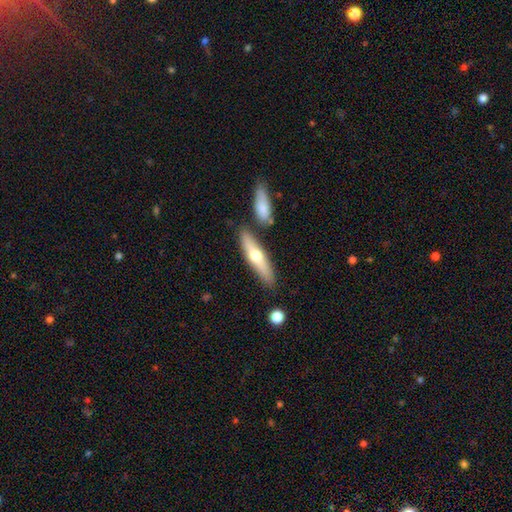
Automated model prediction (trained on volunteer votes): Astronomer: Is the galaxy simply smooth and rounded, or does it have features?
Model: smooth — 53% (runner-up: featured or disk, 42%).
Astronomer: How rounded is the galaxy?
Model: cigar-shaped — 75%.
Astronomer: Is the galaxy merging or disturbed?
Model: none — 78%.